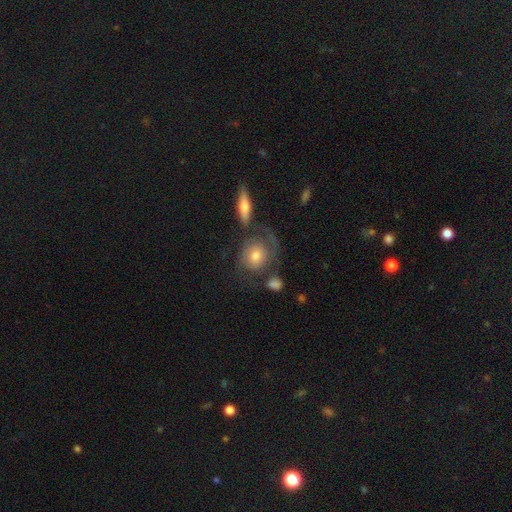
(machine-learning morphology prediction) Smooth or featured?
  - featured or disk: 52% *
  - smooth: 41%
  - star or artifact: 7%
Edge-on disk?
  - no: 93% *
  - yes: 7%
Merging?
  - none: 44% *
  - major disturbance: 23%
  - minor disturbance: 19%
  - merger: 14%